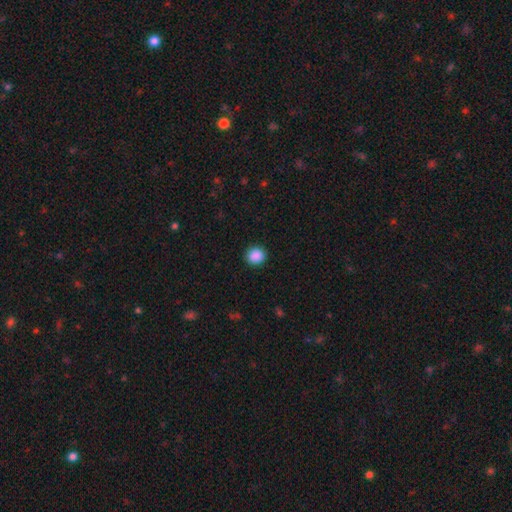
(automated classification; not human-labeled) The model was most divided on "how rounded": round: 87%, in between: 13%, cigar-shaped: 1%. More confident: merging — none (91%); smooth or featured — smooth (89%).